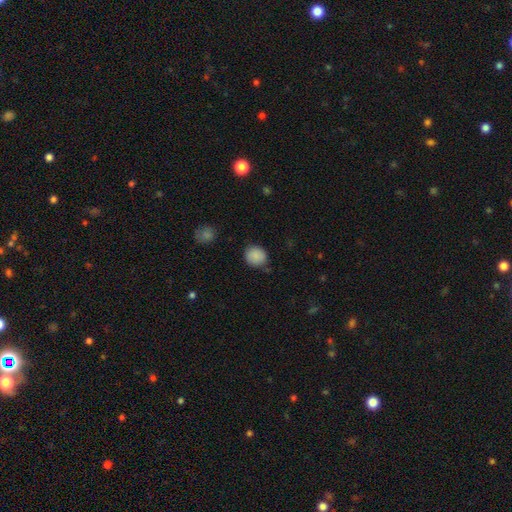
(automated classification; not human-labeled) A smooth galaxy with no disk features (87%) that is round (83%).

Vote fractions:
- Smooth or featured? smooth: 87% / star or artifact: 9% / featured or disk: 4%
- How rounded? round: 83% / in between: 16% / cigar-shaped: 1%
- Merging? none: 77% / minor disturbance: 17% / major disturbance: 4% / merger: 2%